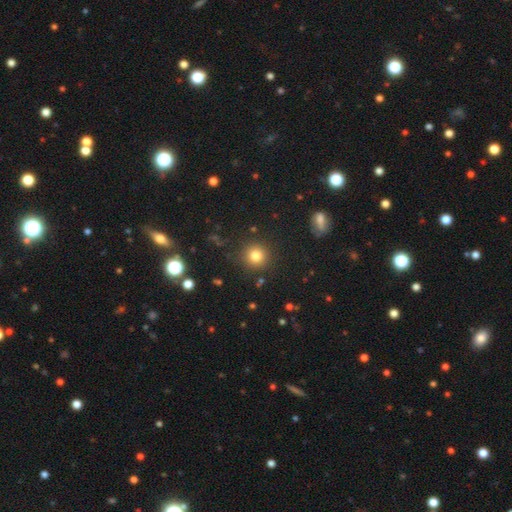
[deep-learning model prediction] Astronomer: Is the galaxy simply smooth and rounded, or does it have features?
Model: smooth — 80%.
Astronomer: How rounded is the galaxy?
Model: round — 93%.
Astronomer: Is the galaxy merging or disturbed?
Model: none — 88%.